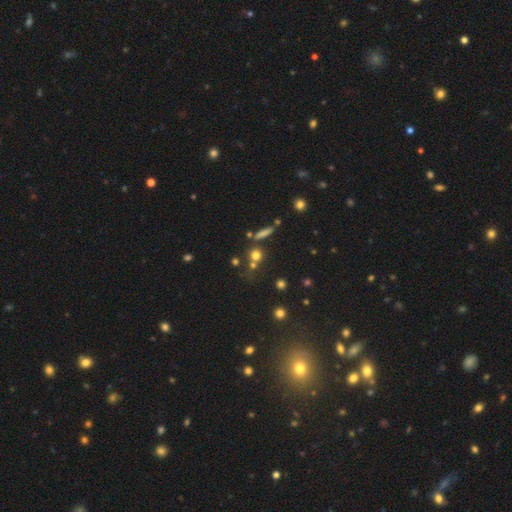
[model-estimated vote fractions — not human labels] Smooth or featured? smooth (66%)
How rounded? round (85%)
Merging? none (64%)